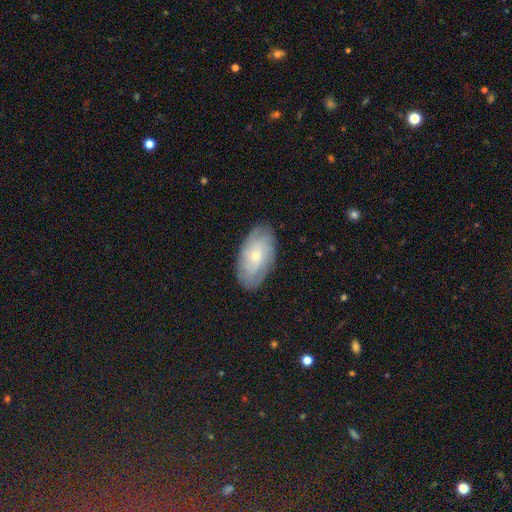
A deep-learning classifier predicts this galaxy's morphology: Smooth or featured? Predicted: featured or disk (p=0.56). Edge-on disk? Predicted: no (p=0.93). Bar? Predicted: no (p=0.78). Spiral arms? Predicted: yes (p=0.86). Bulge size? Predicted: small (p=0.70). Merging? Predicted: none (p=0.82).